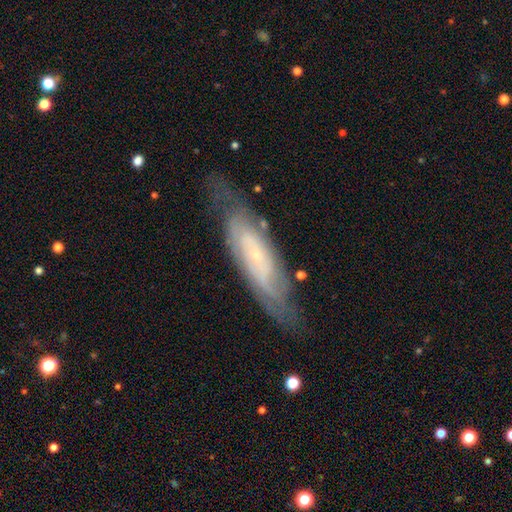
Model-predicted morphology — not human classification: featured or disk 72%, smooth 21%, star or artifact 7%. Down the decision tree: edge-on disk — no (76%); bar — no (68%); spiral arms — yes (86%); bulge size — small (80%); merging — none (69%).